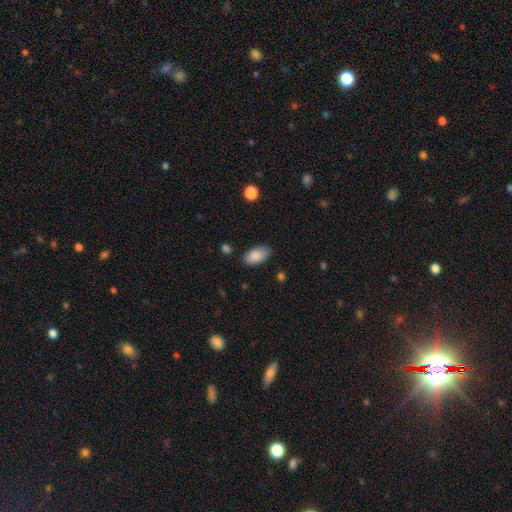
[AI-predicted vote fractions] This appears to be a smooth galaxy with no disk features (88%) that is in between round and cigar-shaped (94%). Merging: none (83%).